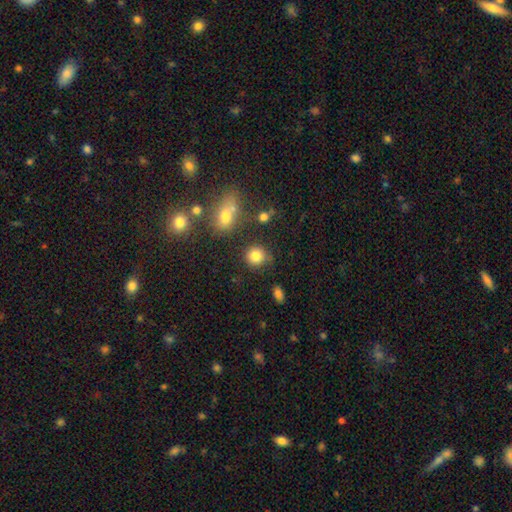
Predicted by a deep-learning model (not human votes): Smooth or featured? Predicted: smooth (p=0.83). How rounded? Predicted: round (p=0.86). Merging? Predicted: none (p=0.76).